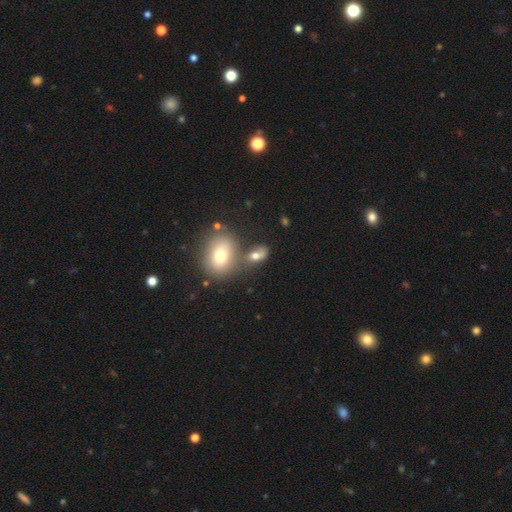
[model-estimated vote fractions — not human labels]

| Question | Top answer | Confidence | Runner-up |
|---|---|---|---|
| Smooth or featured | smooth | 67% | featured or disk (20%) |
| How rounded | in between | 70% | round (27%) |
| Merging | none | 39% | merger (35%) |